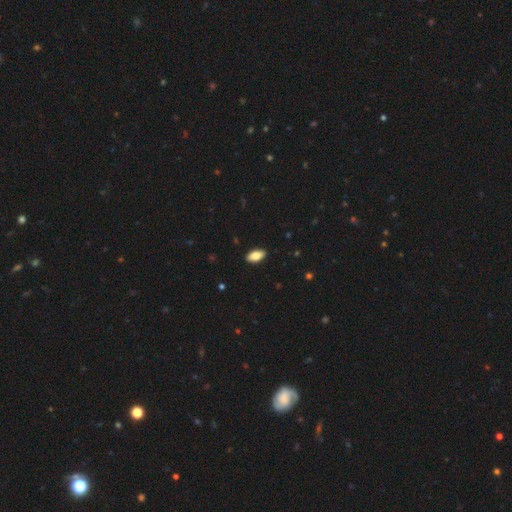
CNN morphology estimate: This is clearly a smooth galaxy (84%). How rounded: clearly in between (92%). Merging: clearly none (90%).